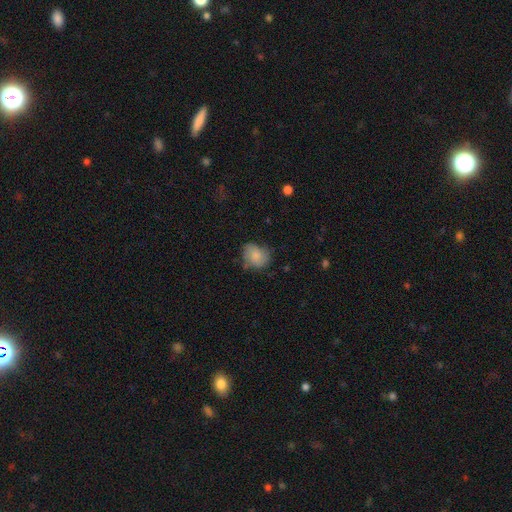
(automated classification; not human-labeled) Morphology: type=smooth (76%); roundness=round (57%); merging=none (61%).